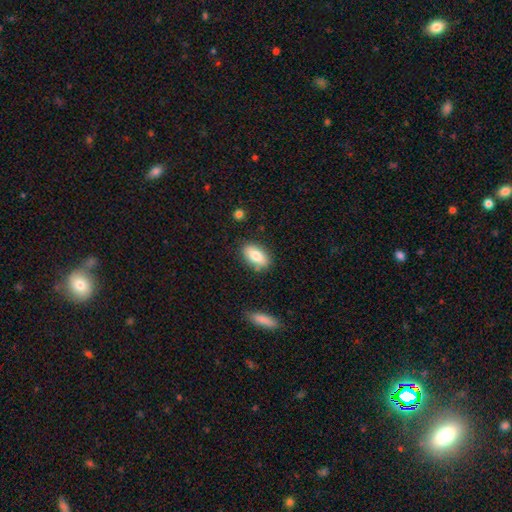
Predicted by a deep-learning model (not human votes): Morphology: type=smooth (82%); roundness=in between (90%); merging=none (82%).